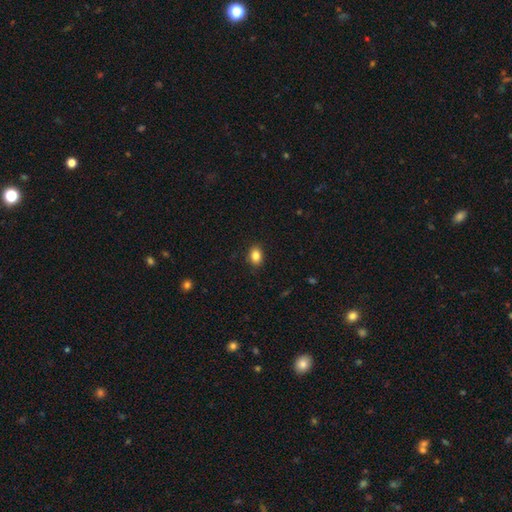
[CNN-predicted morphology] smooth_or_featured: smooth (p=0.85) [alt: star or artifact p=0.10]
how_rounded: in between (p=0.63) [alt: round p=0.36]
merging: none (p=0.88) [alt: minor disturbance p=0.09]